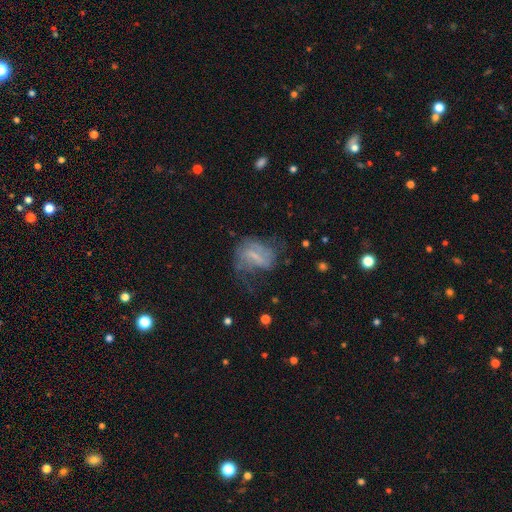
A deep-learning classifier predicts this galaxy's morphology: Overall: featured or disk (60%; smooth 30%). Edge-on disk: no (96%). Bar: weak (49%; strong 27%). Spiral arms: yes (64%; no 36%). Bulge size: small (45%; none 32%). Merging: major disturbance (37%; none 34%).